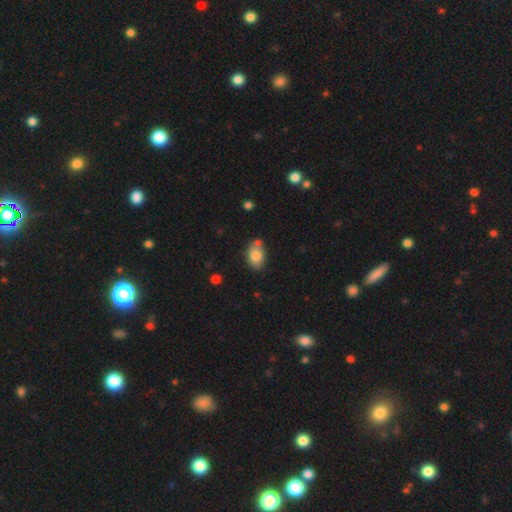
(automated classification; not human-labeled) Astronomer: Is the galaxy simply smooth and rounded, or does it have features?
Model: smooth — 79%.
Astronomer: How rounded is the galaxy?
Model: in between — 86%.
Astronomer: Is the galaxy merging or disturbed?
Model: none — 68%.